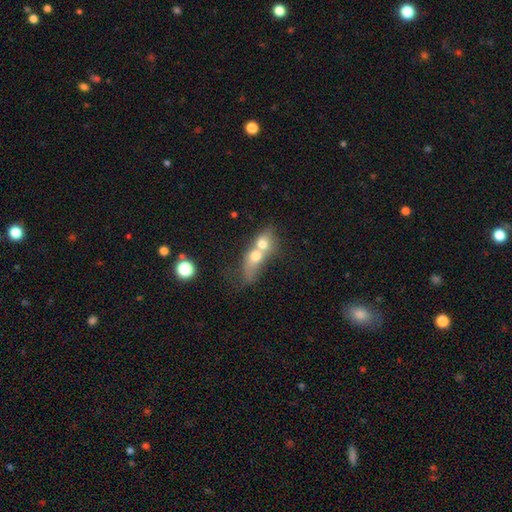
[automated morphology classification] The model was most divided on "how rounded": in between: 46%, round: 42%, cigar-shaped: 12%. More confident: merging — merger (79%); smooth or featured — smooth (60%).